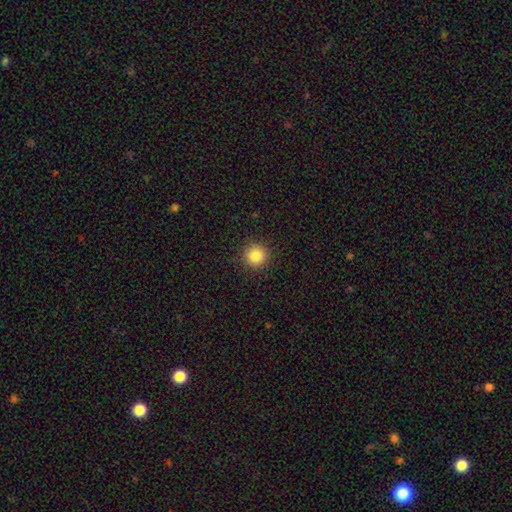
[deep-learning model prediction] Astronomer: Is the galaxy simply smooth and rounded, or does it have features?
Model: smooth — 85%.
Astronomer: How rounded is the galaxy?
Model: round — 95%.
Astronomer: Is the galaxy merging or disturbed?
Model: none — 92%.